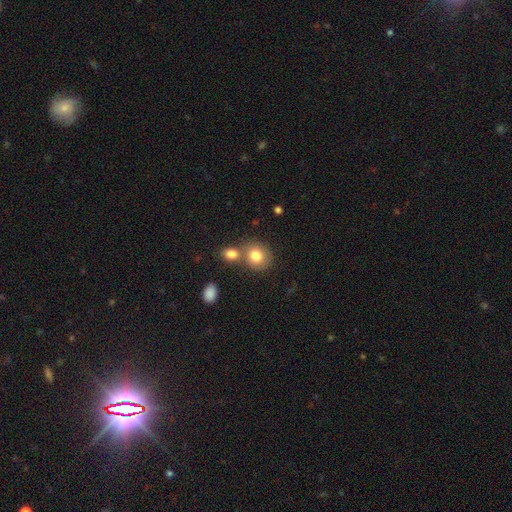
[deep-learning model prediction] Morphology: type=smooth (81%); roundness=round (77%); merging=none (53%).